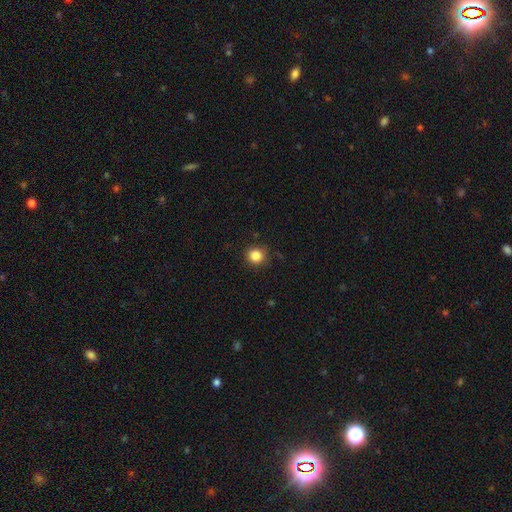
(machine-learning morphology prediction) Smooth or featured?
  - smooth: 85% *
  - star or artifact: 11%
  - featured or disk: 4%
How rounded?
  - round: 90% *
  - in between: 9%
  - cigar-shaped: 1%
Merging?
  - none: 86% *
  - minor disturbance: 10%
  - major disturbance: 2%
  - merger: 1%